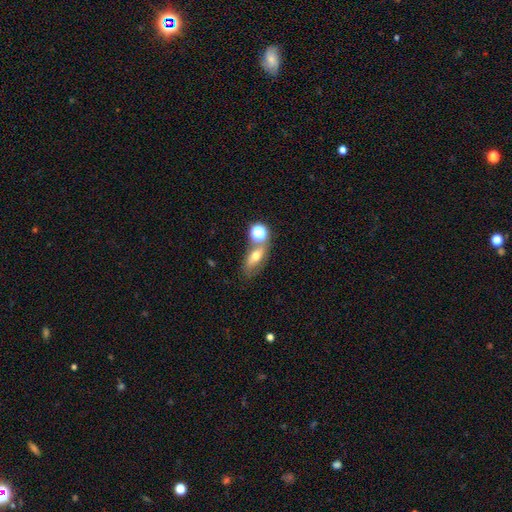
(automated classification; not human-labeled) A smooth galaxy with no disk features (55%) that is in between round and cigar-shaped (67%).

Vote fractions:
- Smooth or featured? smooth: 55% / featured or disk: 30% / star or artifact: 15%
- How rounded? in between: 67% / round: 20% / cigar-shaped: 13%
- Merging? none: 52% / merger: 24% / minor disturbance: 16% / major disturbance: 8%